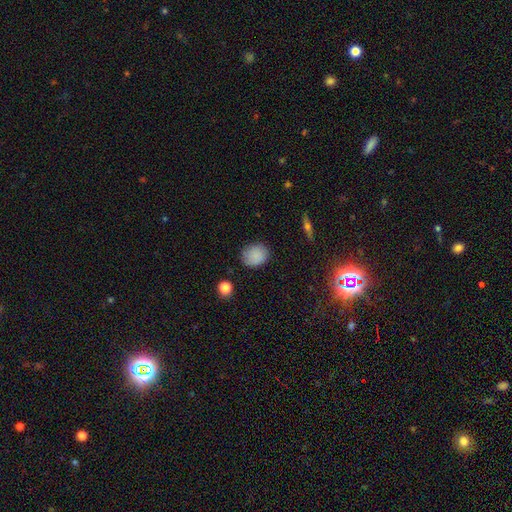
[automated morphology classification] type=smooth (84%); roundness=round (62%); merging=none (81%).